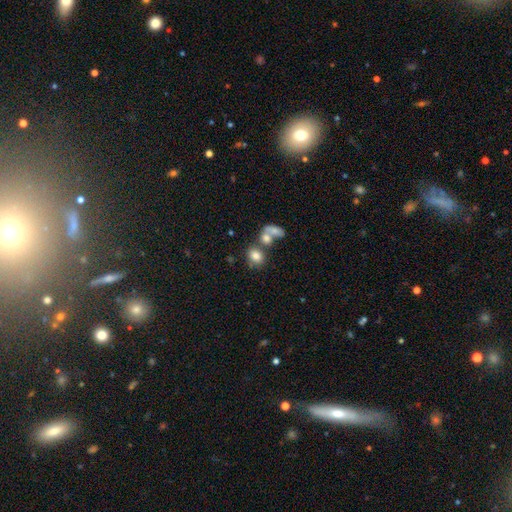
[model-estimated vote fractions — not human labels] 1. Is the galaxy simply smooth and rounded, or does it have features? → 79% smooth, 12% featured or disk, 10% star or artifact.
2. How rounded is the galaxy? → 62% in between, 37% round, 1% cigar-shaped.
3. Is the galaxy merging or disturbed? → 44% none, 37% merger, 12% minor disturbance, 7% major disturbance.